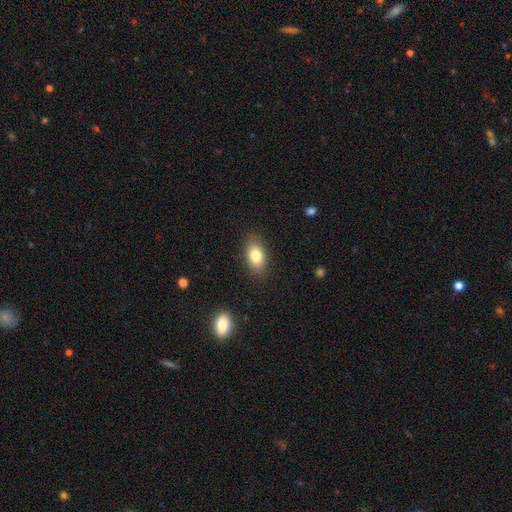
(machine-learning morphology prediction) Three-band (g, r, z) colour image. It shows a smooth galaxy with no disk features (81%) that is in between round and cigar-shaped (87%). Merging: none (86%).